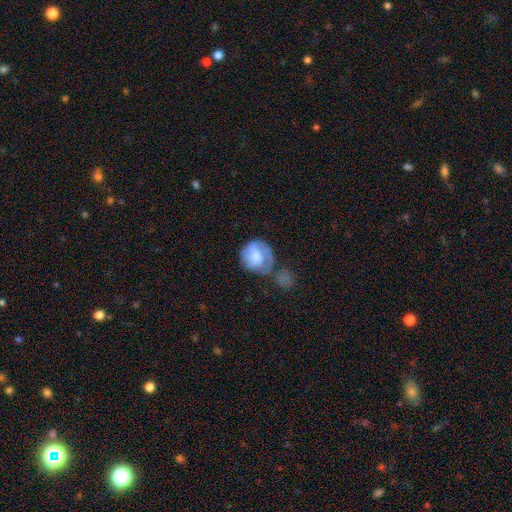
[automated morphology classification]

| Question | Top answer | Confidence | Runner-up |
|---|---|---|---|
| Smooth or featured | smooth | 50% | featured or disk (43%) |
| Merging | none | 30% | major disturbance (28%) |